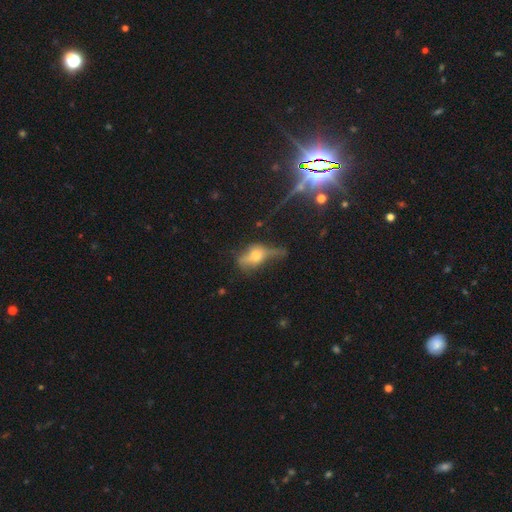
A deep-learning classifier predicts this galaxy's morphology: Smooth or featured? Predicted: featured or disk (p=0.47). Merging? Predicted: major disturbance (p=0.34).